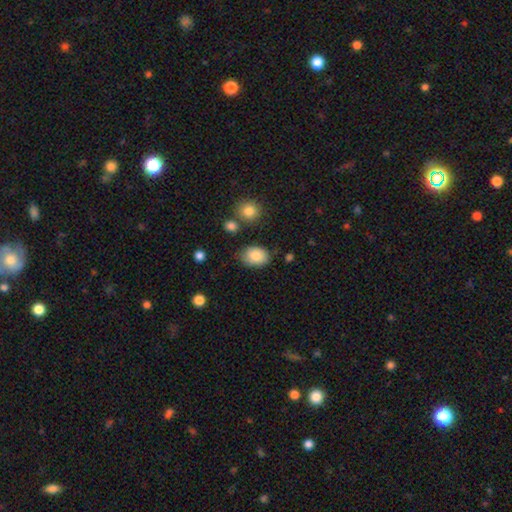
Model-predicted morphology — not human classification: The model was most divided on "how rounded": in between: 78%, round: 21%, cigar-shaped: 1%. More confident: smooth or featured — smooth (84%); merging — none (74%).